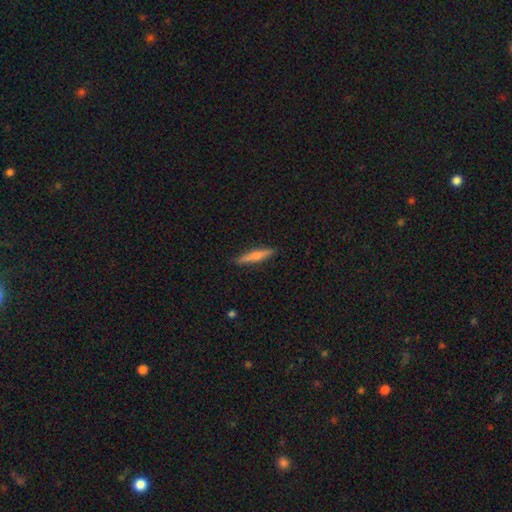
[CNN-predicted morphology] Smooth or featured: smooth — 60% (featured or disk — 34%)
How rounded: cigar-shaped — 90% (in between — 8%)
Merging: none — 89% (minor disturbance — 8%)